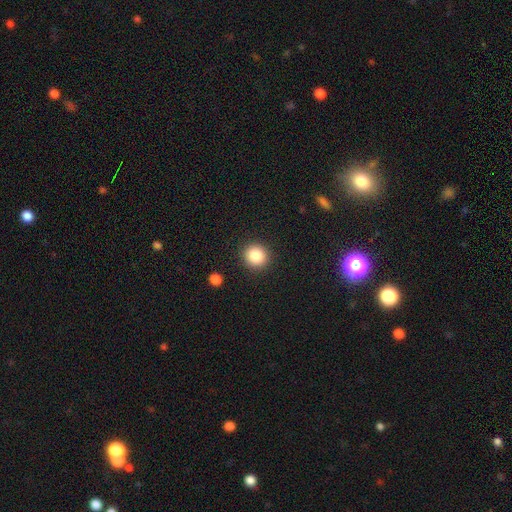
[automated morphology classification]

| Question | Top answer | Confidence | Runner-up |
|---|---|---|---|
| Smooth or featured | smooth | 85% | star or artifact (10%) |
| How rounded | round | 89% | in between (10%) |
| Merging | none | 91% | minor disturbance (6%) |